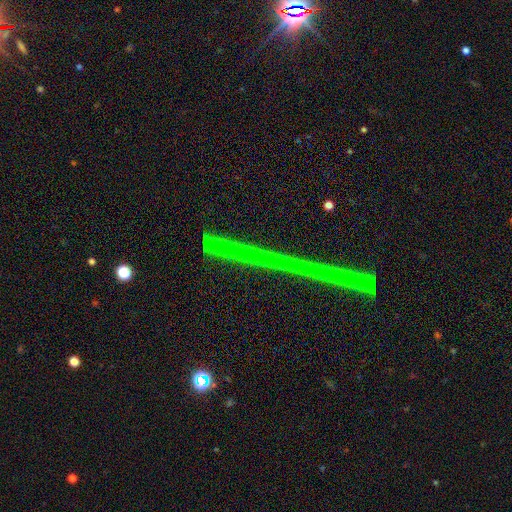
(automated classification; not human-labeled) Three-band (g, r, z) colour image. It shows a star or artifact, not a galaxy (82%).